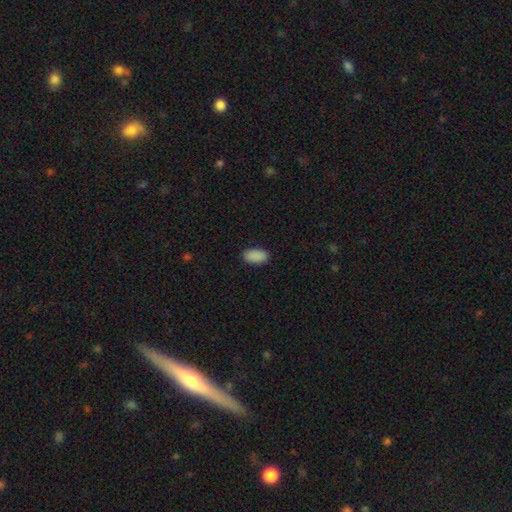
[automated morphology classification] smooth 90%, star or artifact 7%, featured or disk 3%. Down the decision tree: how rounded — in between (94%); merging — none (87%).